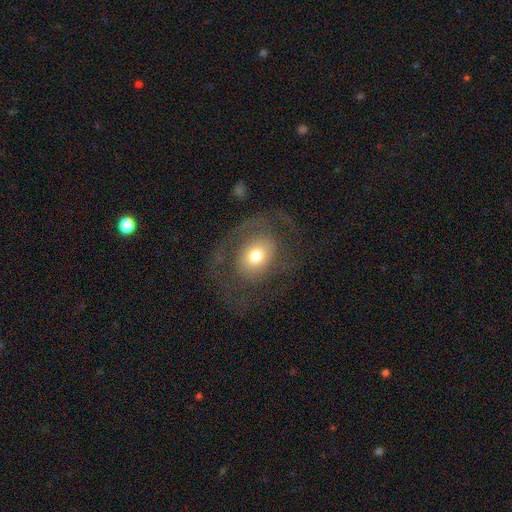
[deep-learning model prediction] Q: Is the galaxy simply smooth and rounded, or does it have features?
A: featured or disk — 48%.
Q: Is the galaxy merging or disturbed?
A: none — 56%.